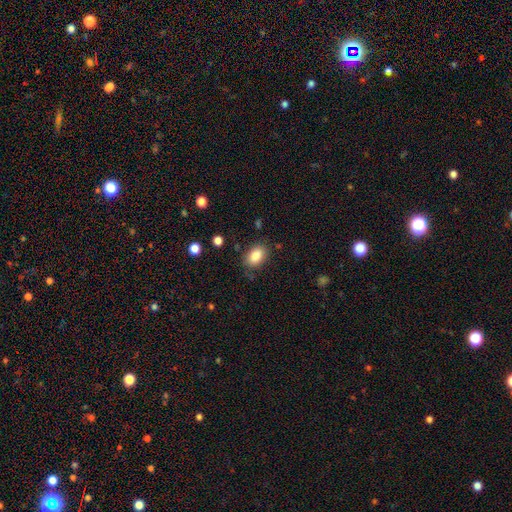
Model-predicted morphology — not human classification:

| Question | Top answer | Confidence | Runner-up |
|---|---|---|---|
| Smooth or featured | smooth | 87% | star or artifact (8%) |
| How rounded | in between | 85% | round (13%) |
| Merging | none | 79% | minor disturbance (14%) |